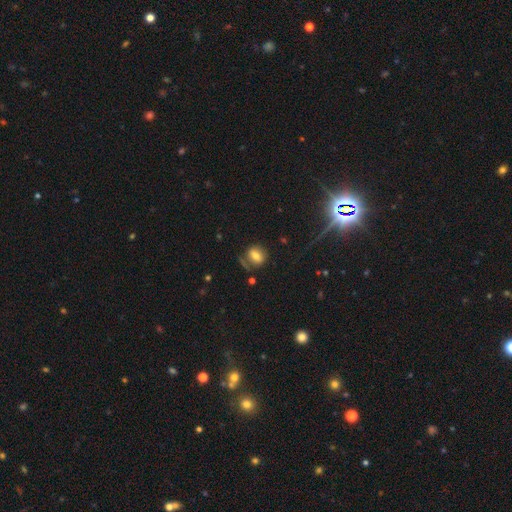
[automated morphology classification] The model was most divided on "how rounded": round: 55%, in between: 43%, cigar-shaped: 2%. More confident: smooth or featured — smooth (67%); merging — none (64%).